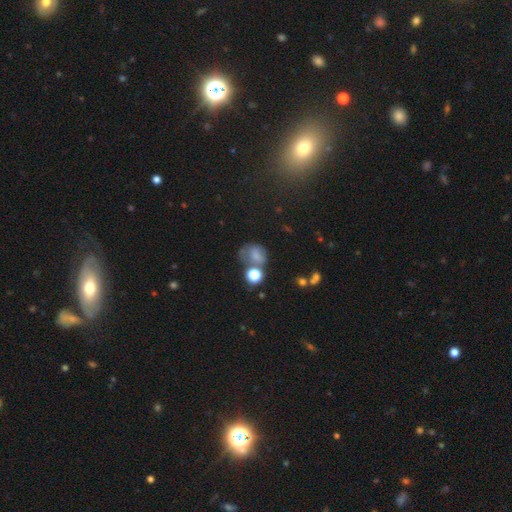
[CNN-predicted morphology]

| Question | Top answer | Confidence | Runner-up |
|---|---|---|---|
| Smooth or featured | smooth | 61% | star or artifact (20%) |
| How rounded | round | 51% | in between (48%) |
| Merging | none | 36% | minor disturbance (24%) |